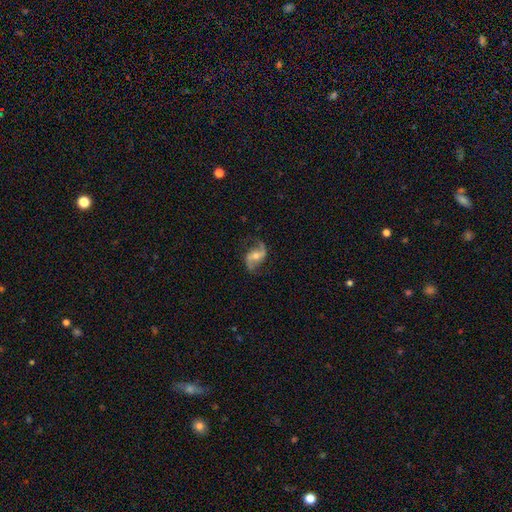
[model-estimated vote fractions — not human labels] smooth-or-featured: featured or disk: 86% | smooth: 8% | star or artifact: 6%
  disk-edge-on: no: 97% | yes: 3%
    bar: weak: 39% (tied) | no: 39% (tied) | strong: 21%
    has-spiral-arms: yes: 96% | no: 4%
      spiral-winding: loose: 69% | medium: 25% | tight: 6%
      spiral-arm-count: 2: 93% | 1: 2% | can't tell: 2% | 3: 1% | 4: 1% | more than 4: 1%
    bulge-size: moderate: 59% | small: 33% | large: 4% | none: 2% | dominant: 1%
  merging: none: 77% | minor disturbance: 15% | major disturbance: 7% | merger: 1%